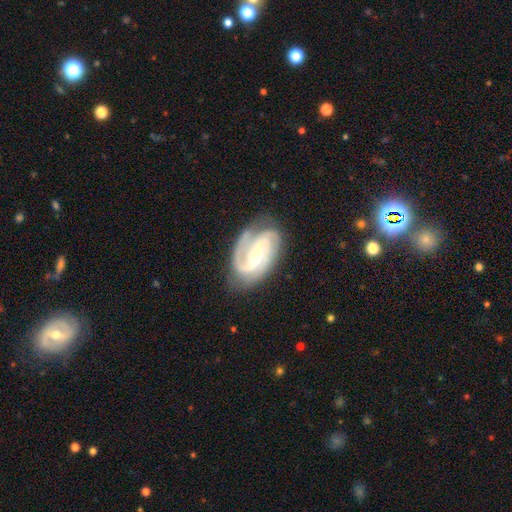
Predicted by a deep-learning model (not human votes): The model was most divided on "bulge size": small: 50%, moderate: 43%, none: 3%, large: 3%, dominant: 1%. Remaining: spiral arms — yes (98%); edge-on disk — no (97%); smooth or featured — featured or disk (90%); merging — none (72%); spiral arm count — 2 (59%); spiral winding — medium (51%); bar — strong (47%).